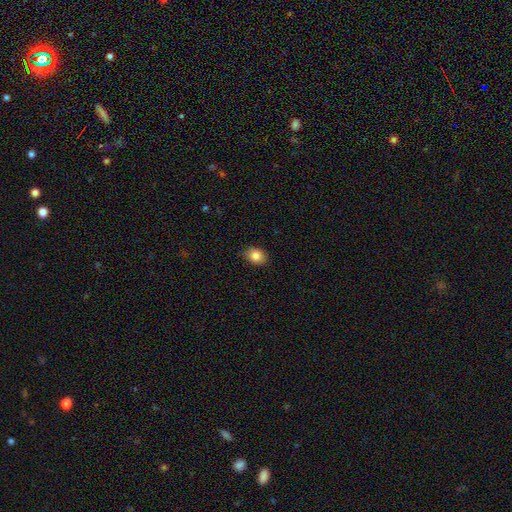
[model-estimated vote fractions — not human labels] Q: Smooth or featured?
A: smooth (85%); runner-up: star or artifact (9%)
Q: How rounded?
A: in between (59%); runner-up: round (40%)
Q: Merging?
A: none (85%); runner-up: minor disturbance (12%)